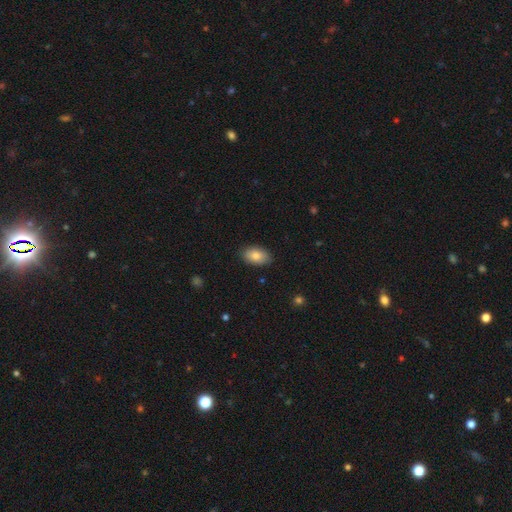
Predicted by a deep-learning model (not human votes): This is clearly a smooth galaxy (83%). How rounded: clearly in between (92%). Merging: clearly none (86%).